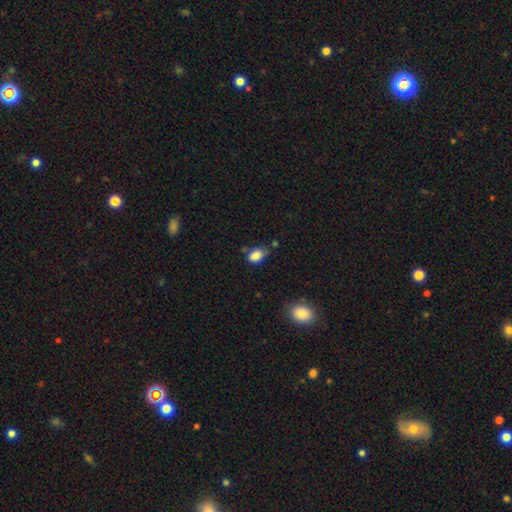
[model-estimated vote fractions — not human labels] Smooth or featured: smooth — 84% (star or artifact — 10%)
How rounded: in between — 78% (round — 21%)
Merging: none — 53% (minor disturbance — 33%)